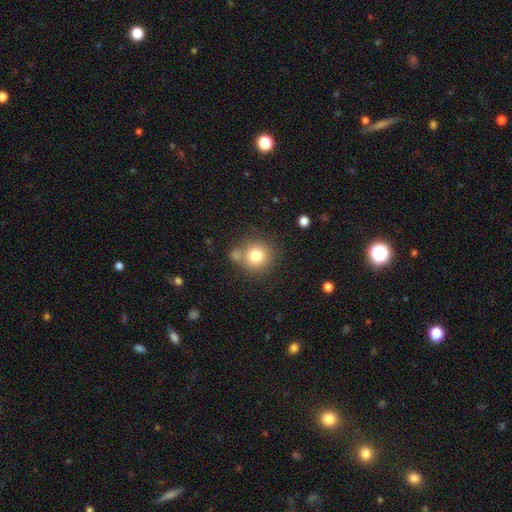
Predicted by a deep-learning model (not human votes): Overall: smooth (79%). How rounded: round (90%). Merging: none (67%).